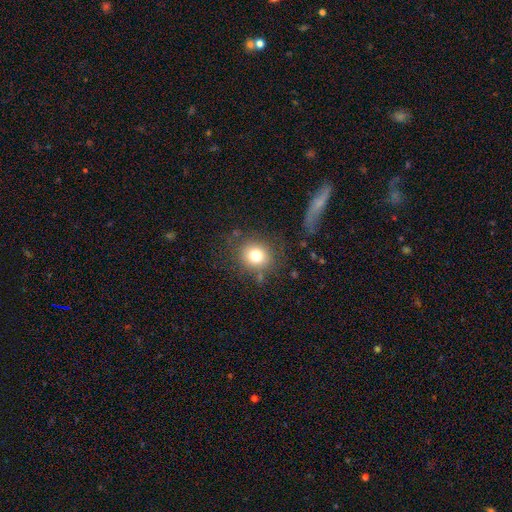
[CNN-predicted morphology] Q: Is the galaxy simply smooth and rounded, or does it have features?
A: smooth — 77%.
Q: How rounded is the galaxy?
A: round — 81%.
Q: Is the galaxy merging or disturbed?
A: none — 79%.